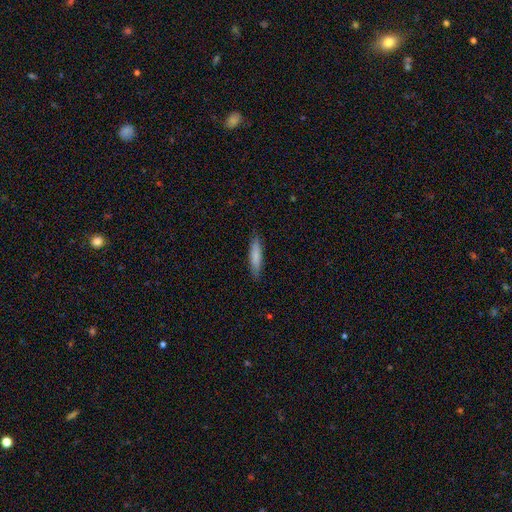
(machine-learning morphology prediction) This is likely a smooth galaxy (79%). How rounded: clearly cigar-shaped (84%). Merging: clearly none (87%).